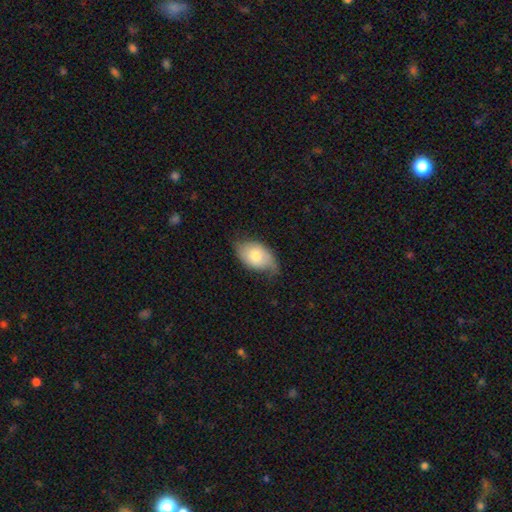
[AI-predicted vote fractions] smooth_or_featured: smooth (p=0.66) [alt: featured or disk p=0.28]
how_rounded: in between (p=0.89) [alt: round p=0.09]
merging: none (p=0.59) [alt: minor disturbance p=0.33]